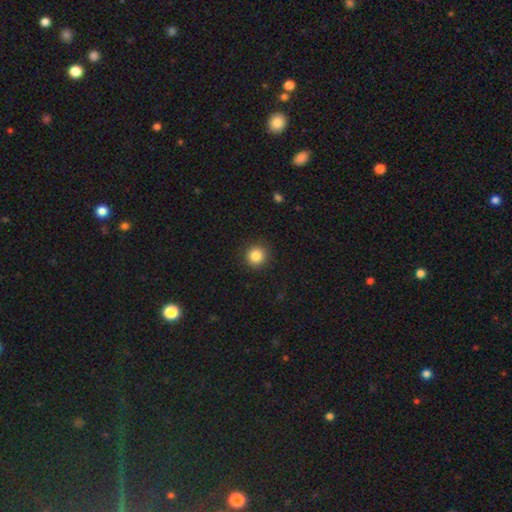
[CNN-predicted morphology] A smooth galaxy with no disk features (86%) that is round (93%). Merging: none (91%).